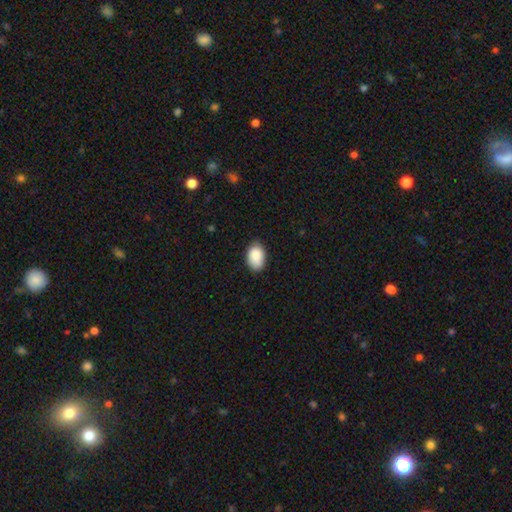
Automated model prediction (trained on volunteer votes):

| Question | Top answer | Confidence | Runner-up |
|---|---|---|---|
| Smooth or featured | smooth | 89% | star or artifact (7%) |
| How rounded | in between | 88% | round (11%) |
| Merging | none | 77% | minor disturbance (19%) |